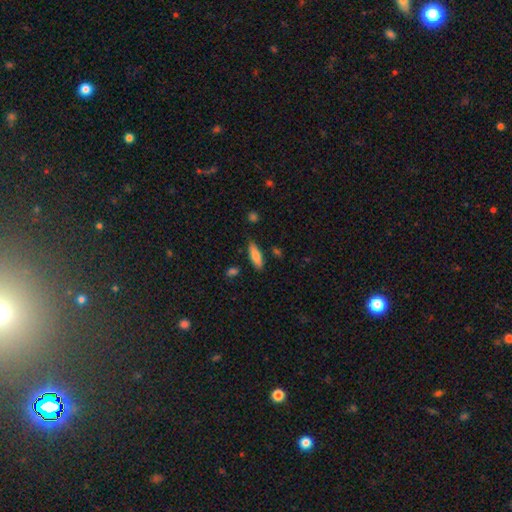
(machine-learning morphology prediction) Q: Smooth or featured?
A: smooth (80%); runner-up: featured or disk (14%)
Q: How rounded?
A: in between (49%); tied with: cigar-shaped (49%)
Q: Merging?
A: none (81%); runner-up: minor disturbance (13%)